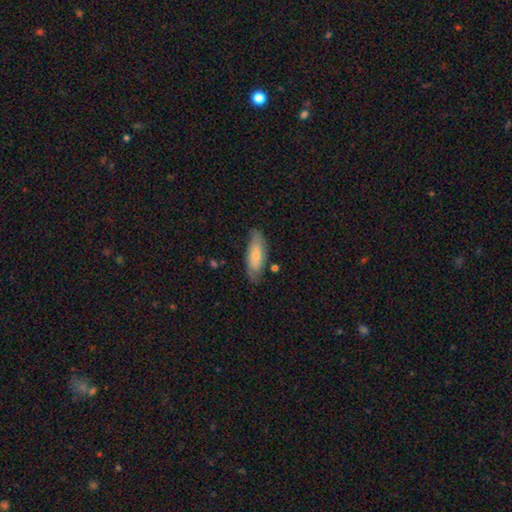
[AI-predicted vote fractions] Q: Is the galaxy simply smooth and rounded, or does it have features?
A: smooth — 73%.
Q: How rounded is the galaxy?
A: in between — 66%.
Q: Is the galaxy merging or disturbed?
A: none — 75%.